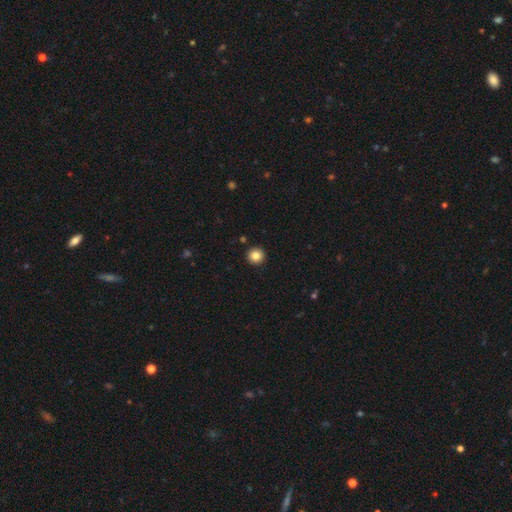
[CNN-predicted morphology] The model was most divided on "smooth or featured": smooth: 84%, star or artifact: 10%, featured or disk: 6%. More confident: how rounded — round (96%); merging — none (93%).